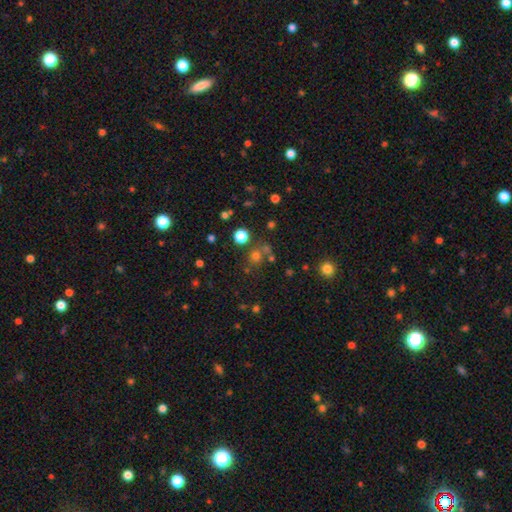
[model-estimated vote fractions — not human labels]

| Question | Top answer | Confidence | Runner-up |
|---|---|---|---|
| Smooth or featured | smooth | 63% | star or artifact (28%) |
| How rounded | round | 87% | in between (12%) |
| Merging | none | 67% | merger (20%) |